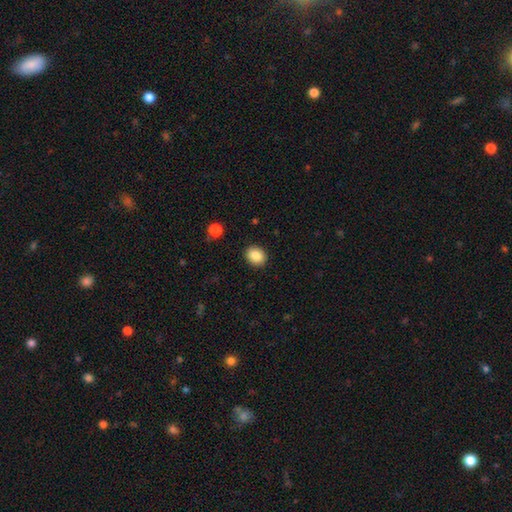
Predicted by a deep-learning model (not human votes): Smooth or featured? Predicted: smooth (p=0.88). How rounded? Predicted: round (p=0.51). Merging? Predicted: none (p=0.89).